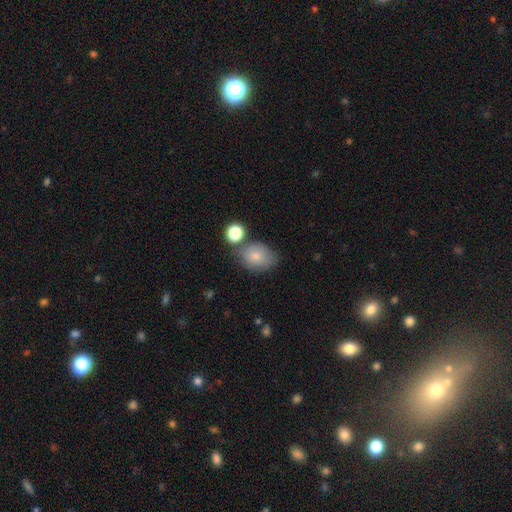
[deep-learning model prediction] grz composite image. It shows a smooth galaxy with no disk features (79%) that is in between round and cigar-shaped (74%). Merging: none (58%).